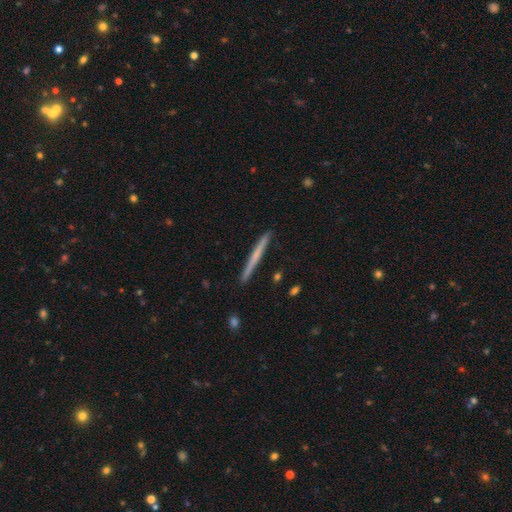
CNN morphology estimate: type=smooth (47%, tied with featured or disk); merging=none (92%).